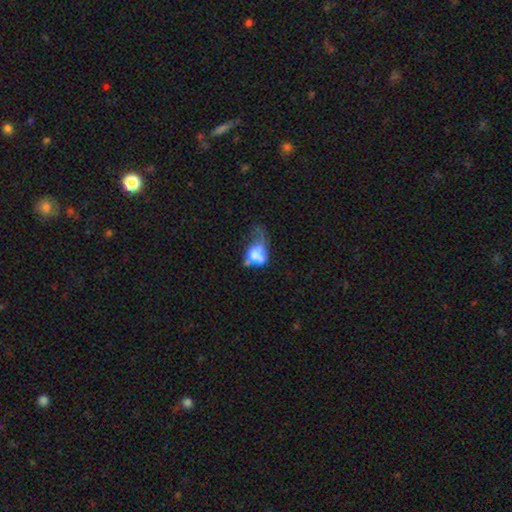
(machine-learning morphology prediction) A smooth galaxy with no disk features (52%) that is in between round and cigar-shaped (75%). Merging: major disturbance (41%).